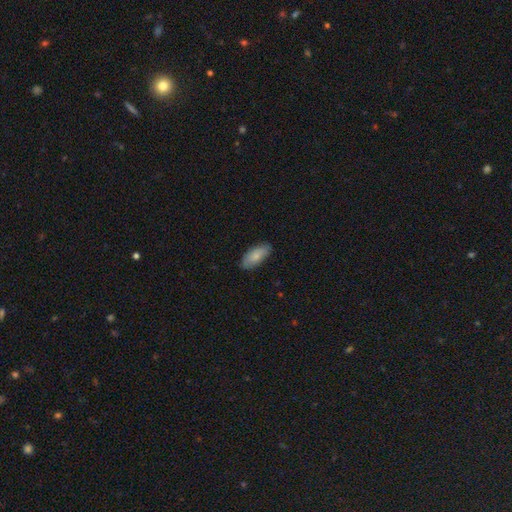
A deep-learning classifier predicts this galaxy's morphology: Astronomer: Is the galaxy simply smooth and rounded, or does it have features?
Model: smooth — 79%.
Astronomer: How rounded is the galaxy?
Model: in between — 88%.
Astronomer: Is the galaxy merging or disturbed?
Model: none — 81%.